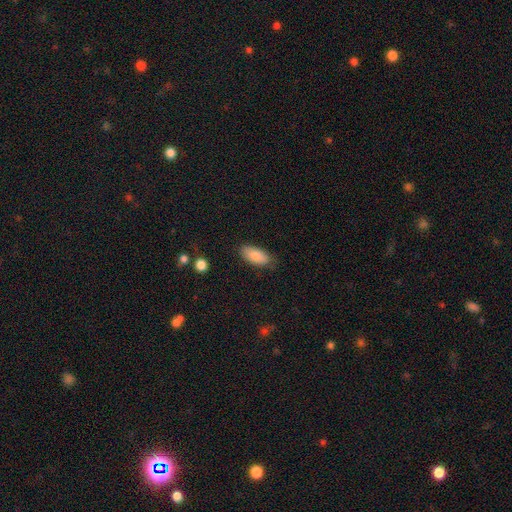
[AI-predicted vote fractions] Smooth or featured: smooth — 86% (featured or disk — 7%)
How rounded: in between — 89% (cigar-shaped — 8%)
Merging: none — 80% (minor disturbance — 15%)